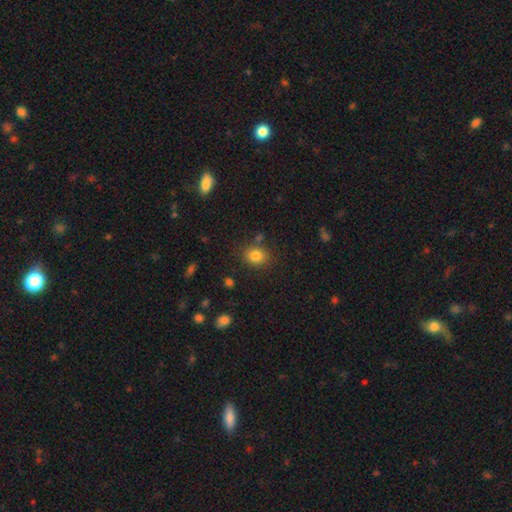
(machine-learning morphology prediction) Smooth or featured?
  - smooth: 82% *
  - star or artifact: 12%
  - featured or disk: 6%
How rounded?
  - round: 57% *
  - in between: 42%
  - cigar-shaped: 1%
Merging?
  - none: 79% *
  - minor disturbance: 12%
  - merger: 5%
  - major disturbance: 4%